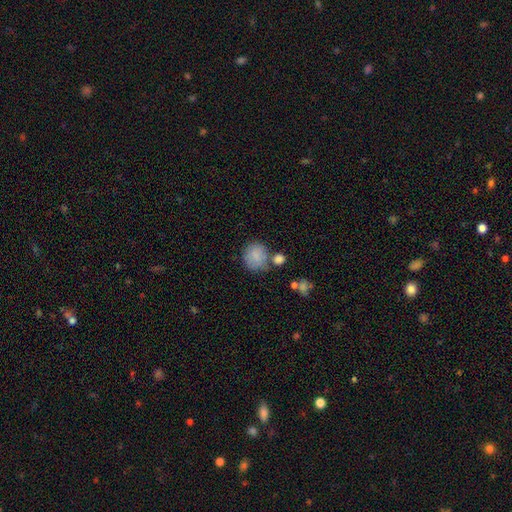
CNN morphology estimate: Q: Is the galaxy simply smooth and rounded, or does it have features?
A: smooth — 83%.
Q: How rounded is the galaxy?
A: round — 80%.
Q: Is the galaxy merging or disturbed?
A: none — 57%.